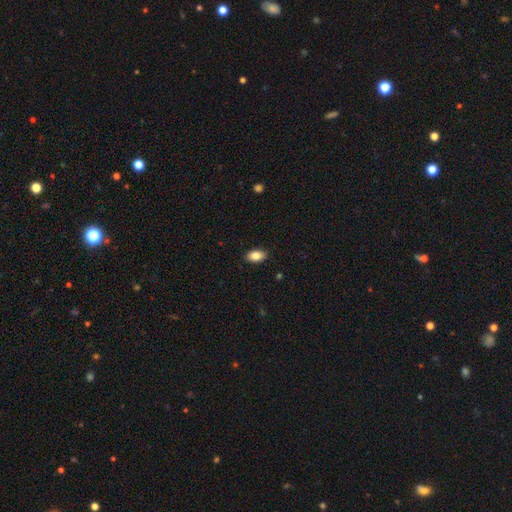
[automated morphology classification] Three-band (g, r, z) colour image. It shows a smooth galaxy with no disk features (86%) that is in between round and cigar-shaped (91%). Merging: none (89%).